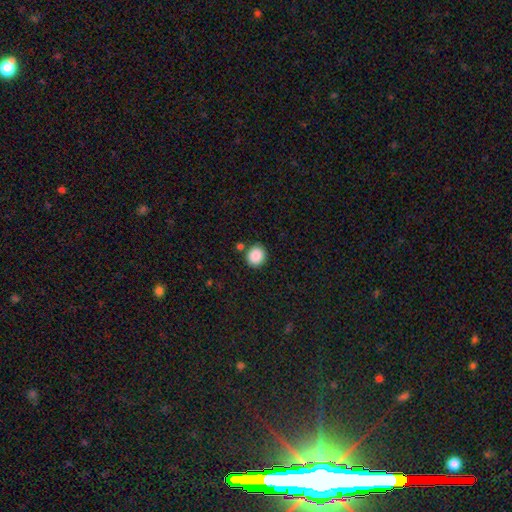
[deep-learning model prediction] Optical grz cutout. It shows a smooth galaxy with no disk features (88%) that is round (82%). Merging: none (85%).